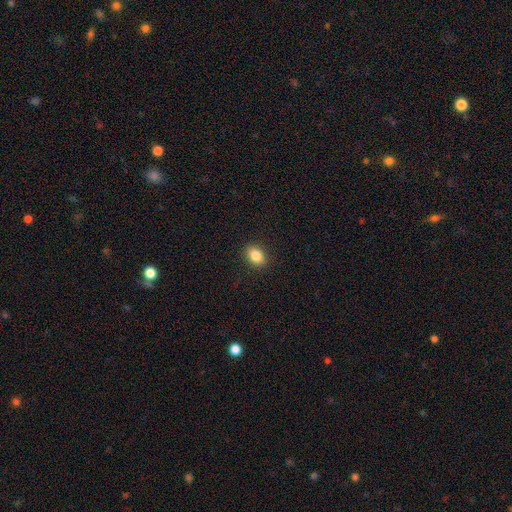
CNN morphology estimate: This appears to be a smooth galaxy with no disk features (85%) that is in between round and cigar-shaped (71%). Merging: none (90%).